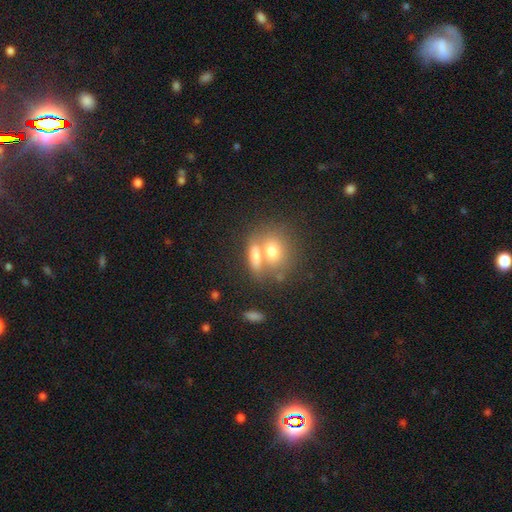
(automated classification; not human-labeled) This appears to be a smooth galaxy with no disk features (72%) that is in between round and cigar-shaped (57%). Merging: merger (48%).